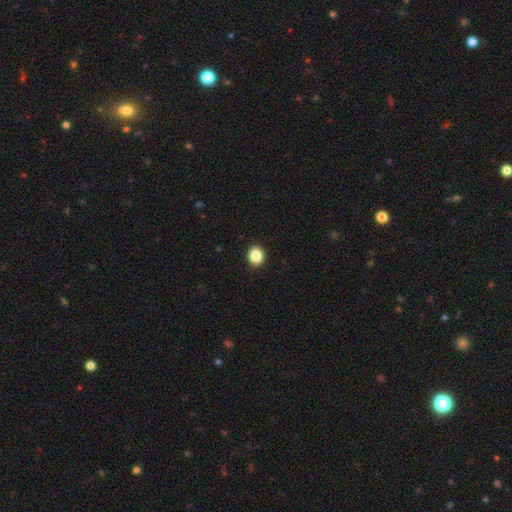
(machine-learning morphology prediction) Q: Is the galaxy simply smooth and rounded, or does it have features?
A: smooth — 87%.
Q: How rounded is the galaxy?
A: round — 72%.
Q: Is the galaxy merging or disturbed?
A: none — 93%.